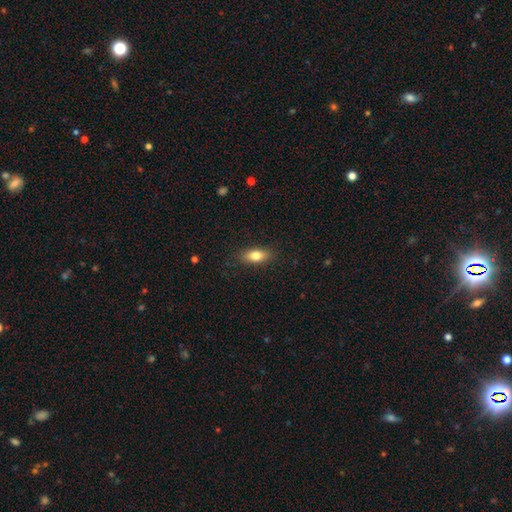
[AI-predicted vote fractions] This is likely a smooth galaxy (78%). How rounded: clearly in between (80%). Merging: clearly none (85%).